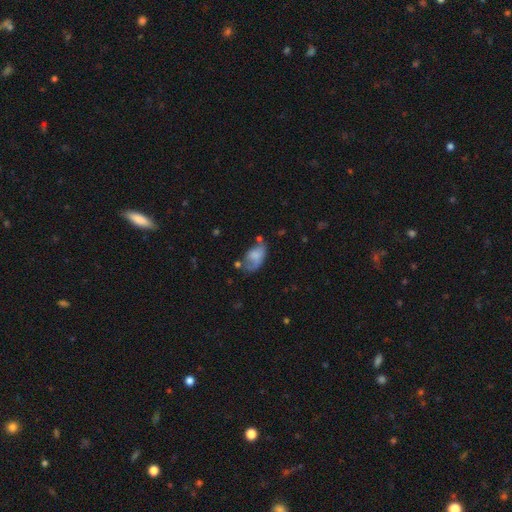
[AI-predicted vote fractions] The model was most divided on "merging": none: 34%, minor disturbance: 30%, major disturbance: 25%, merger: 11%. More confident: how rounded — in between (90%); smooth or featured — smooth (63%).